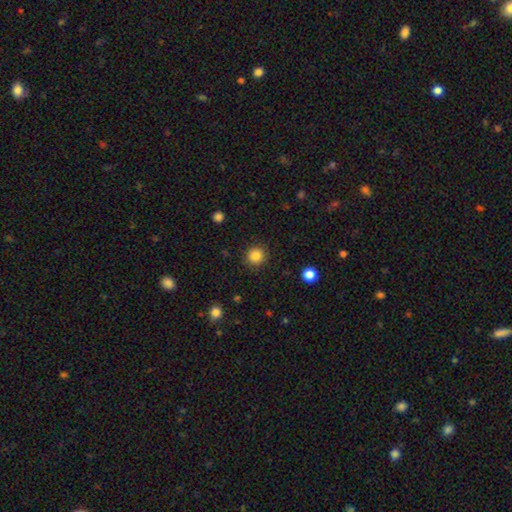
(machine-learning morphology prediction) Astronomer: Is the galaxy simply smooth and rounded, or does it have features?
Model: smooth — 85%.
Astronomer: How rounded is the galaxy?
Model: round — 93%.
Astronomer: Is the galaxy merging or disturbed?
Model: none — 90%.